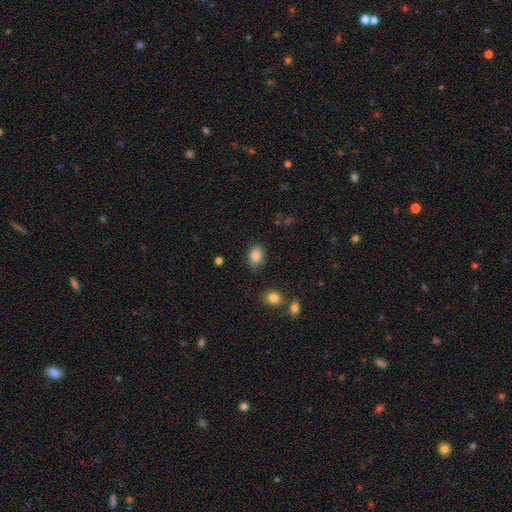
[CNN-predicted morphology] This appears to be a smooth galaxy with no disk features (86%) that is in between round and cigar-shaped (74%). Merging: none (79%).